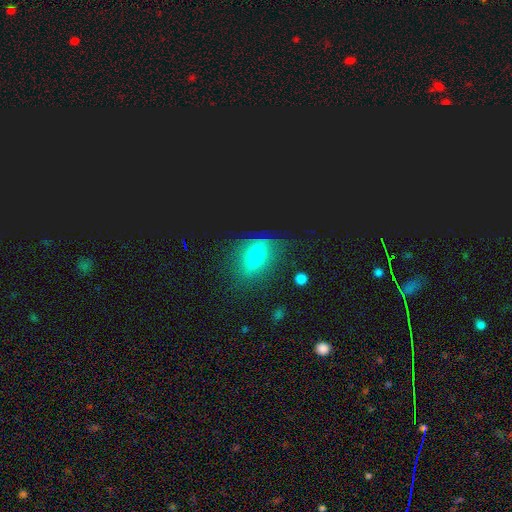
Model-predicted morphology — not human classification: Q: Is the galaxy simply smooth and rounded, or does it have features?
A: smooth — 50%.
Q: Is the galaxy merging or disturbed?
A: none — 62%.